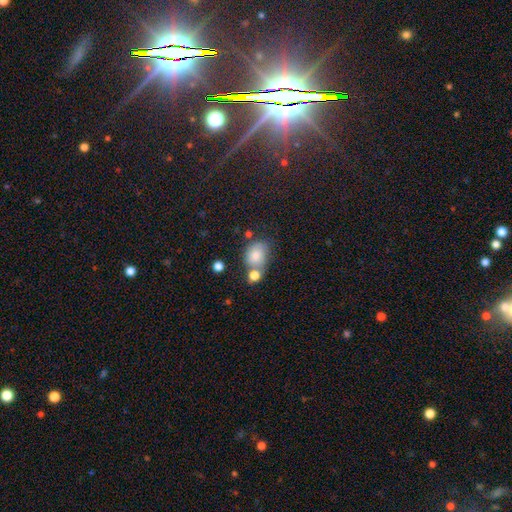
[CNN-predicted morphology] Smooth or featured? Predicted: smooth (p=0.80). How rounded? Predicted: in between (p=0.55). Merging? Predicted: none (p=0.49).